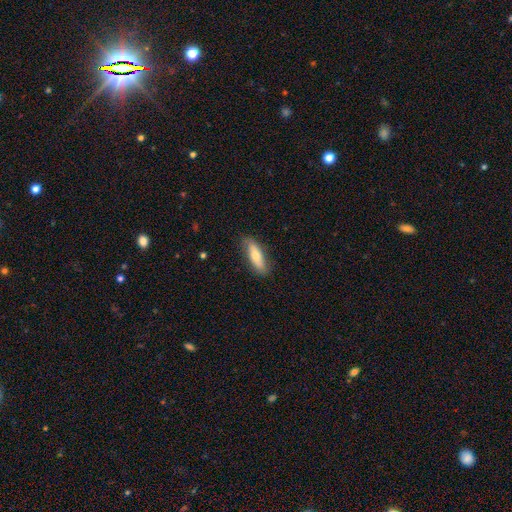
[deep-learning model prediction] smooth_or_featured: smooth (p=0.66) [alt: featured or disk p=0.28]
how_rounded: in between (p=0.50) [alt: cigar-shaped p=0.47]
merging: none (p=0.82) [alt: minor disturbance p=0.14]